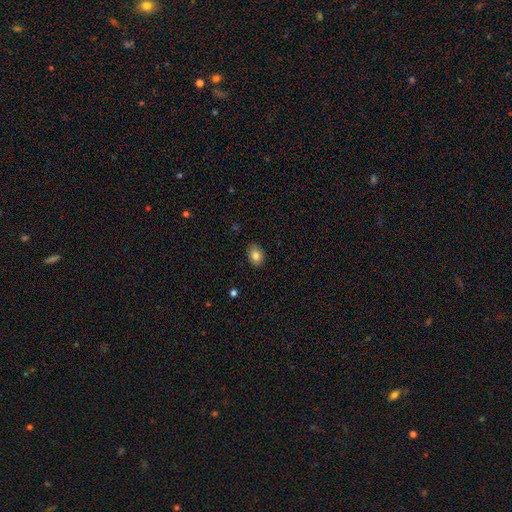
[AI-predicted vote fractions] smooth 82%, featured or disk 9%, star or artifact 9%. Down the decision tree: how rounded — in between (78%); merging — none (87%).